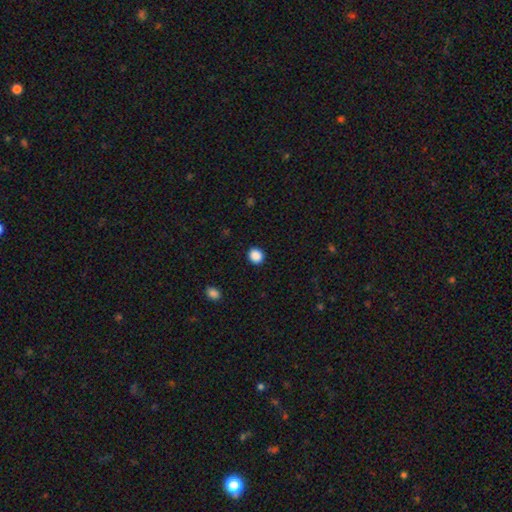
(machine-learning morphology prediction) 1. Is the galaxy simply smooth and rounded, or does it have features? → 88% smooth, 9% star or artifact, 2% featured or disk.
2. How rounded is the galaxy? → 82% round, 17% in between, 1% cigar-shaped.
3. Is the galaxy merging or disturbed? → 91% none, 6% minor disturbance, 2% major disturbance, 1% merger.